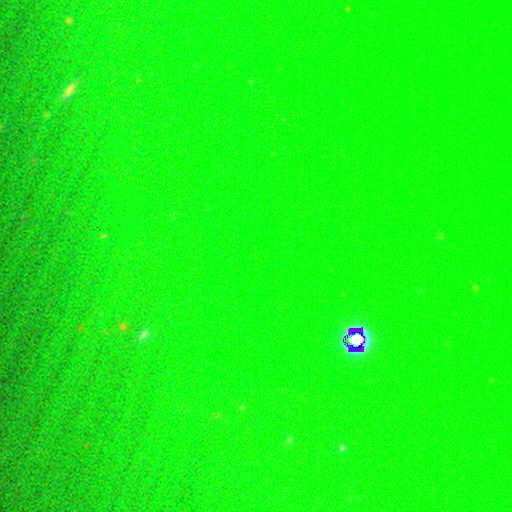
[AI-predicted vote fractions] Smooth or featured: star or artifact — 76% (smooth — 15%)